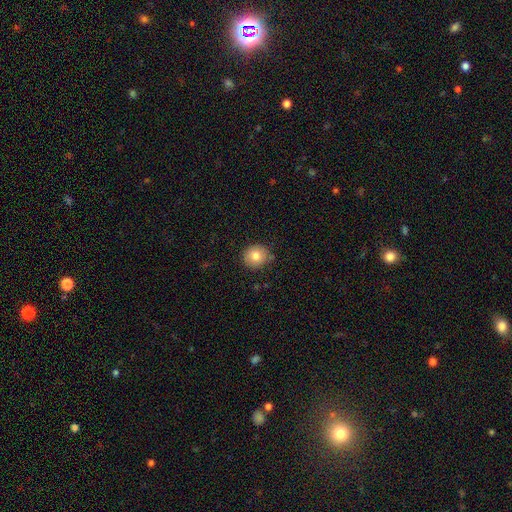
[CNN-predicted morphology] smooth-or-featured: smooth: 82% | star or artifact: 9% | featured or disk: 9%
  how-rounded: round: 85% | in between: 14% | cigar-shaped: 1%
  merging: none: 82% | minor disturbance: 14% | major disturbance: 3% | merger: 2%